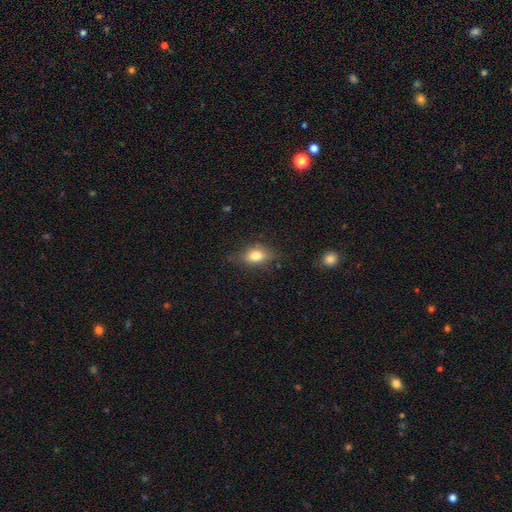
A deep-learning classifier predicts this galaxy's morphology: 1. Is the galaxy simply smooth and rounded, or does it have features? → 75% smooth, 16% featured or disk, 9% star or artifact.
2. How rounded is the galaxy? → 76% in between, 17% round, 7% cigar-shaped.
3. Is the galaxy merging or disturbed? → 75% none, 19% minor disturbance, 5% major disturbance, 1% merger.